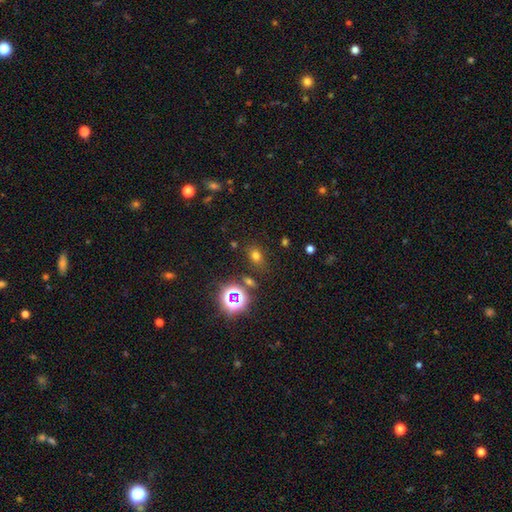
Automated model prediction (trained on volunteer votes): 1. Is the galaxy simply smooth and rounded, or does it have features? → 63% smooth, 29% star or artifact, 8% featured or disk.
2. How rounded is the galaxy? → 66% in between, 32% round, 2% cigar-shaped.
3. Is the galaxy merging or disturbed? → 80% none, 12% minor disturbance, 5% merger, 4% major disturbance.